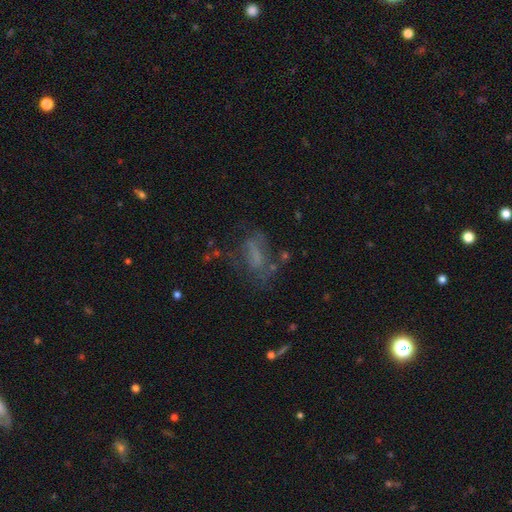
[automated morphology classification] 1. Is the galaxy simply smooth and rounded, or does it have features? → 40% featured or disk, 39% smooth, 21% star or artifact.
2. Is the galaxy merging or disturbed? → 45% none, 29% major disturbance, 21% minor disturbance, 6% merger.